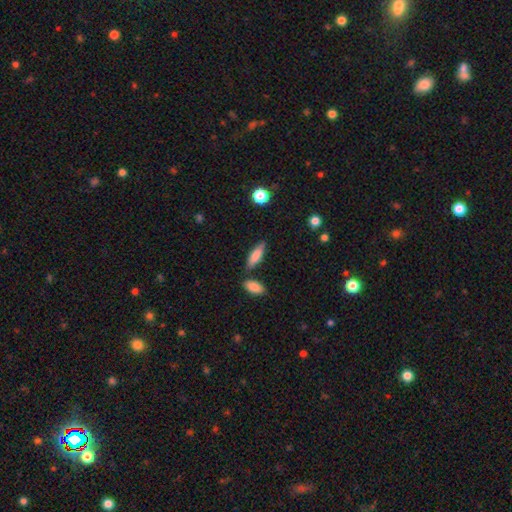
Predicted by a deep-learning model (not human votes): Overall: smooth (78%). How rounded: in between (50%; cigar-shaped 48%). Merging: none (74%).